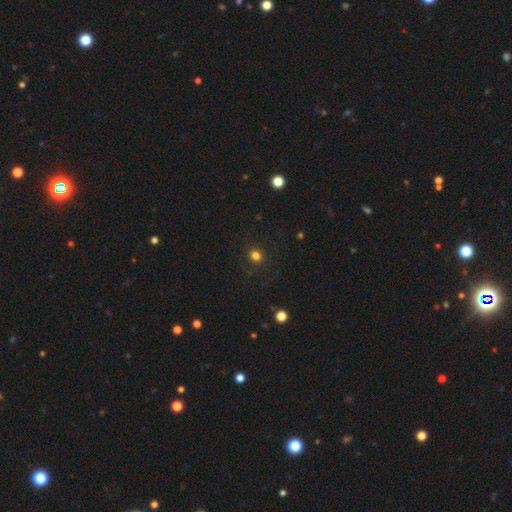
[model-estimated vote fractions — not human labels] smooth_or_featured: smooth (p=0.80) [alt: star or artifact p=0.15]
how_rounded: round (p=0.85) [alt: in between p=0.14]
merging: none (p=0.89) [alt: minor disturbance p=0.07]